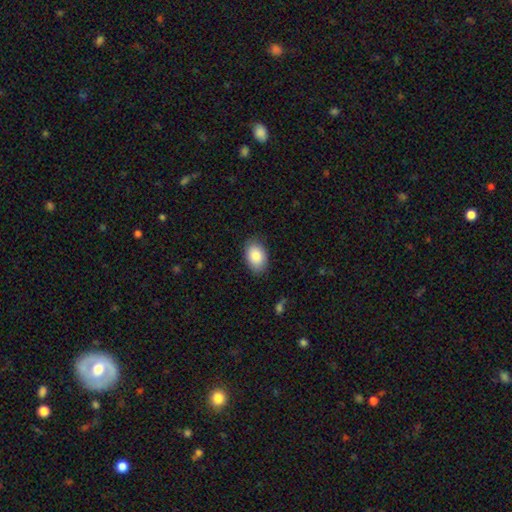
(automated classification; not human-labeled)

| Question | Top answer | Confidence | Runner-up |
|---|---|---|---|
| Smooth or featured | smooth | 86% | featured or disk (7%) |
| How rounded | in between | 89% | round (10%) |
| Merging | none | 85% | minor disturbance (11%) |